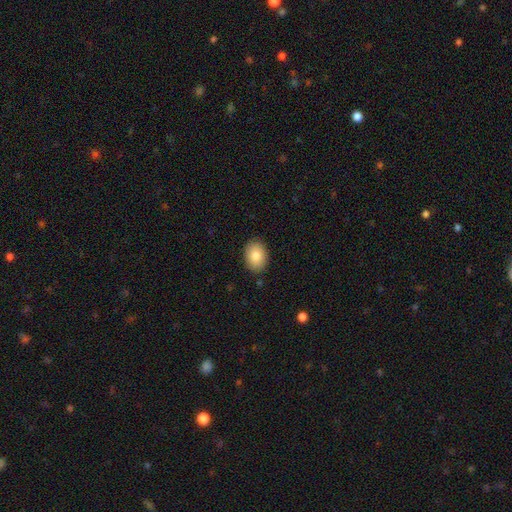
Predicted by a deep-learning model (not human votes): Morphology: type=smooth (85%); roundness=in between (77%); merging=none (88%).